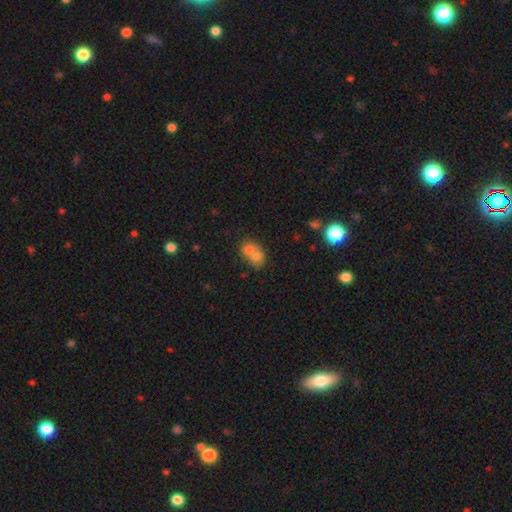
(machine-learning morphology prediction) smooth_or_featured: smooth (p=0.68) [alt: featured or disk p=0.22]
how_rounded: round (p=0.50) [alt: in between p=0.48]
merging: merger (p=0.69) [alt: none p=0.22]